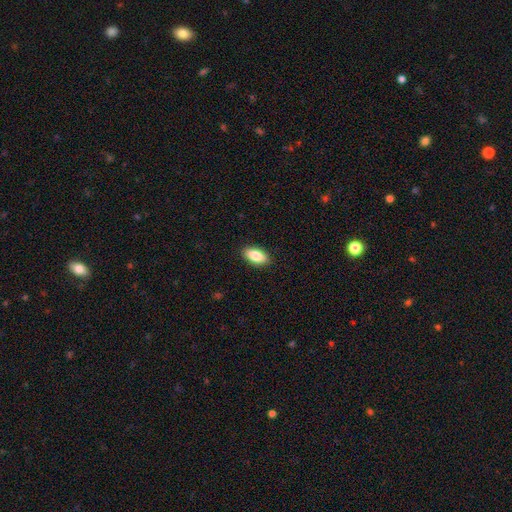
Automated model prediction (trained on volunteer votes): This is clearly a smooth galaxy (84%). How rounded: clearly in between (87%). Merging: clearly none (89%).